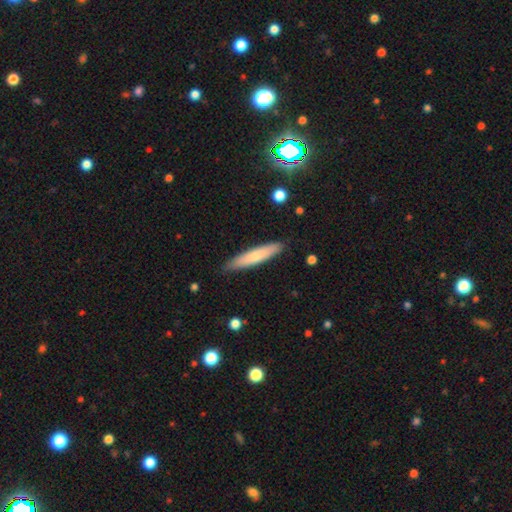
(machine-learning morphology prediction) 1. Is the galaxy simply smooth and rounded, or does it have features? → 71% smooth, 24% featured or disk, 6% star or artifact.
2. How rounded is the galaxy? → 86% cigar-shaped, 12% in between, 1% round.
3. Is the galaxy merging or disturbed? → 87% none, 10% minor disturbance, 2% major disturbance, 1% merger.